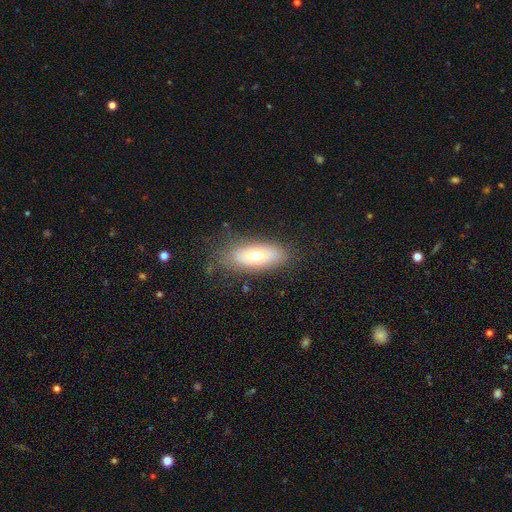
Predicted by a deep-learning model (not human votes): Smooth or featured: smooth — 63% (featured or disk — 29%)
How rounded: in between — 75% (cigar-shaped — 22%)
Merging: none — 78% (minor disturbance — 15%)